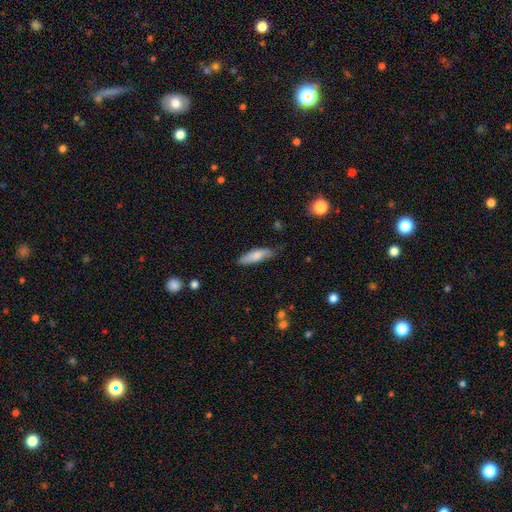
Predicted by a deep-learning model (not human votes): Smooth or featured? Predicted: smooth (p=0.79). How rounded? Predicted: cigar-shaped (p=0.61). Merging? Predicted: none (p=0.75).